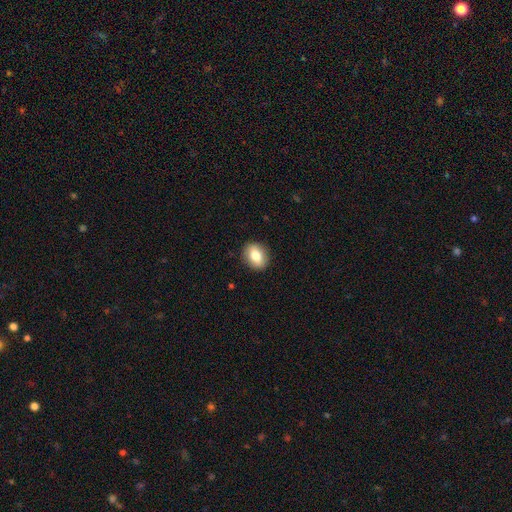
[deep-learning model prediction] Morphology: type=smooth (76%); roundness=in between (56%); merging=none (89%).